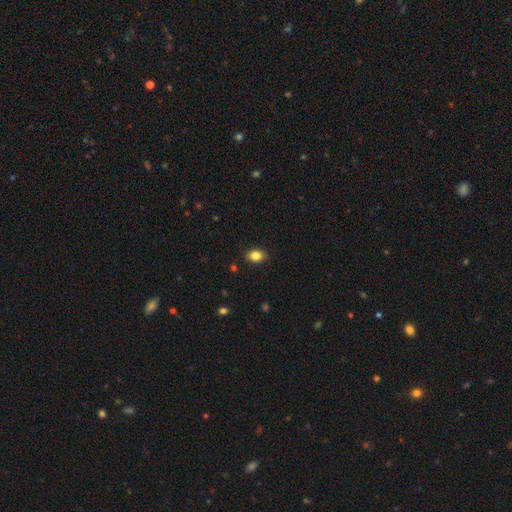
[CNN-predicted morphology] Smooth or featured?
  - smooth: 85% *
  - star or artifact: 9%
  - featured or disk: 6%
How rounded?
  - in between: 77% *
  - round: 22%
  - cigar-shaped: 1%
Merging?
  - none: 89% *
  - minor disturbance: 8%
  - major disturbance: 2%
  - merger: 1%